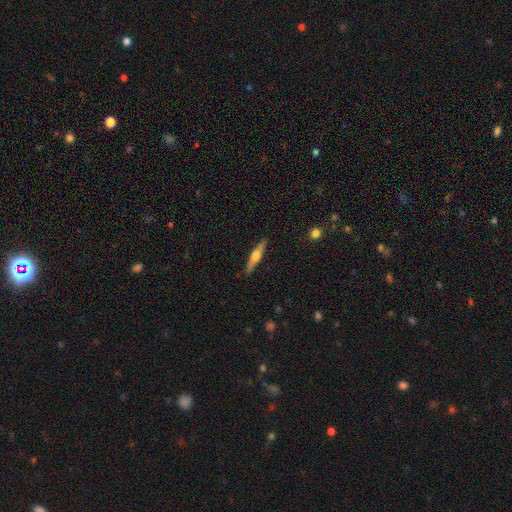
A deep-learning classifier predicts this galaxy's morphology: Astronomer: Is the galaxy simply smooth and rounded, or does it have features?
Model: featured or disk — 63%.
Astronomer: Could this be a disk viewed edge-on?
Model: yes — 97%.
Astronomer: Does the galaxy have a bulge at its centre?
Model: rounded — 91%.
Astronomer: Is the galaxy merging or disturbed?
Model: none — 89%.